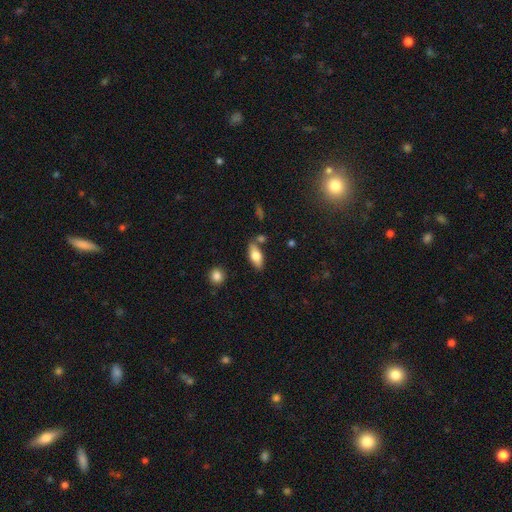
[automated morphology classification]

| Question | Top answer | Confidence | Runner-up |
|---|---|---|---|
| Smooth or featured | smooth | 70% | featured or disk (24%) |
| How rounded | in between | 81% | cigar-shaped (16%) |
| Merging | none | 75% | minor disturbance (13%) |